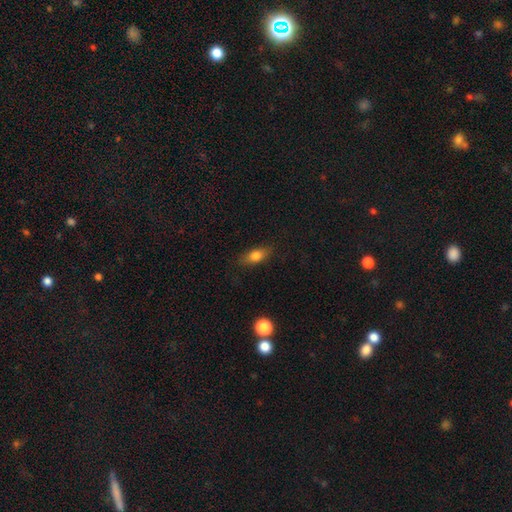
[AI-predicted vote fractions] A smooth galaxy with no disk features (76%) that is in between round and cigar-shaped (76%). Merging: none (83%).